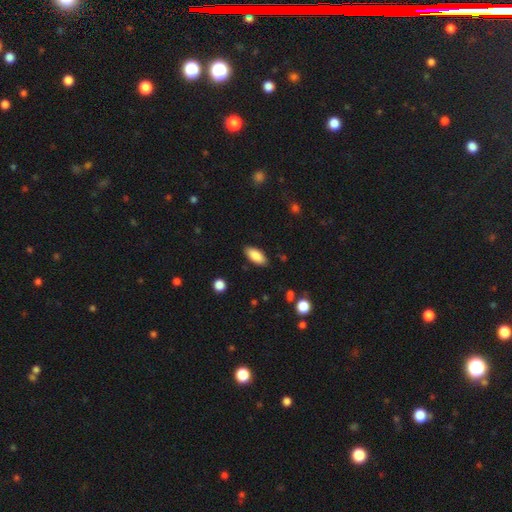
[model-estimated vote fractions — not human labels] Smooth or featured? Predicted: smooth (p=0.87). How rounded? Predicted: in between (p=0.88). Merging? Predicted: none (p=0.87).